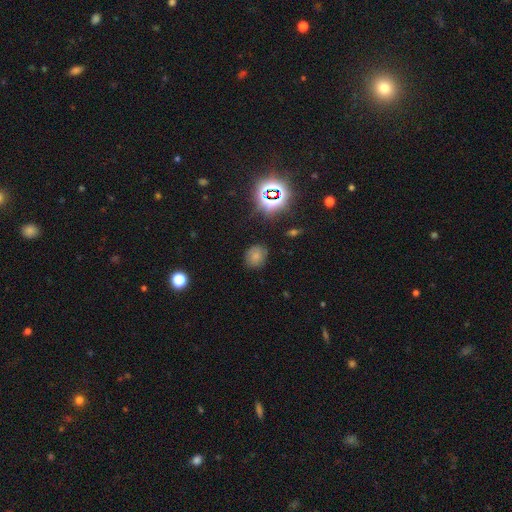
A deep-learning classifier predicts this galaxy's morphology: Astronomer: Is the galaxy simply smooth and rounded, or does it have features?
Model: smooth — 69%.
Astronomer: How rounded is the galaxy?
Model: round — 63%.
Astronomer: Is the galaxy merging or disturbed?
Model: none — 81%.